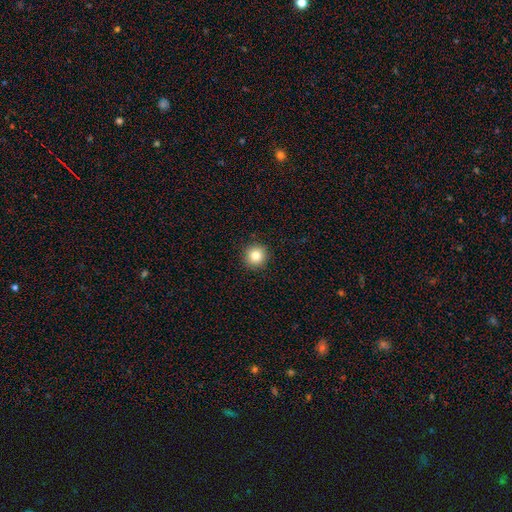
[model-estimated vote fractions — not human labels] A smooth galaxy with no disk features (83%) that is round (95%). Merging: none (92%).